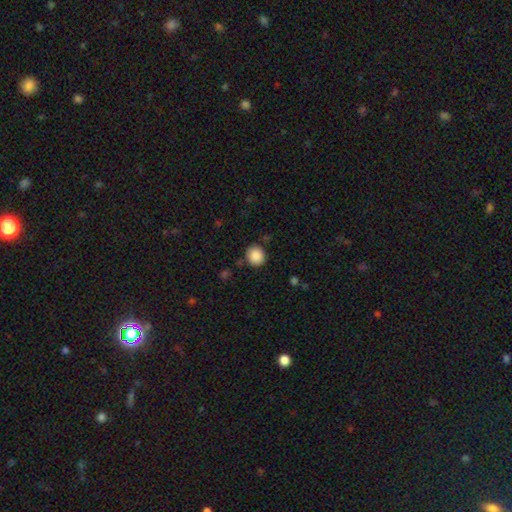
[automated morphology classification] This is clearly a smooth galaxy (88%). How rounded: clearly round (87%). Merging: clearly none (84%).